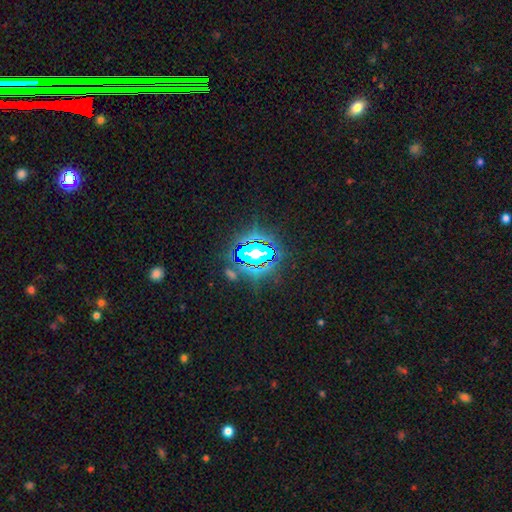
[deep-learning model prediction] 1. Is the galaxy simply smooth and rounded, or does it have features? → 79% star or artifact, 12% smooth, 9% featured or disk.